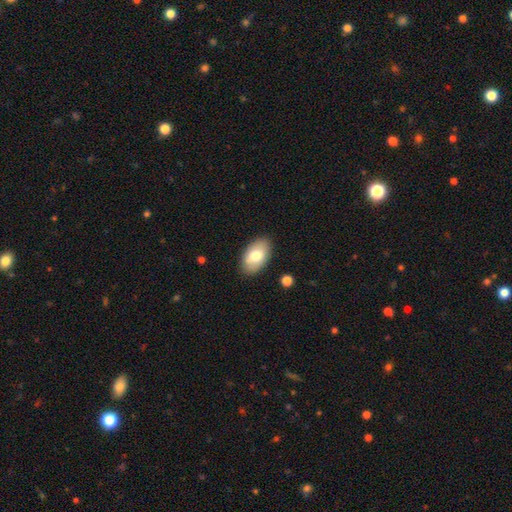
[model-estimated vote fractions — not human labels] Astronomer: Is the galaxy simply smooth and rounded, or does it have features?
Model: smooth — 74%.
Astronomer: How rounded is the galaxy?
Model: in between — 94%.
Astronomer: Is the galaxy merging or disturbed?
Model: none — 86%.